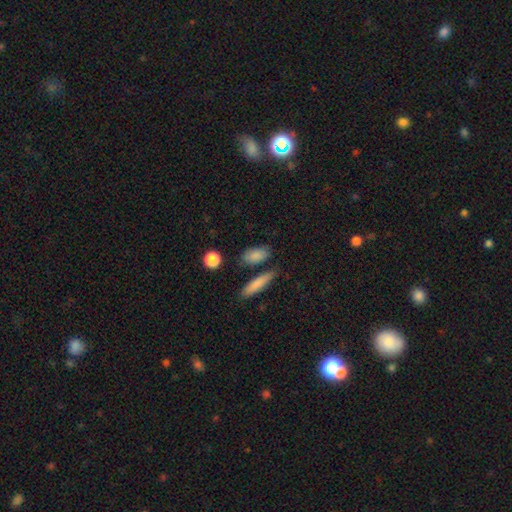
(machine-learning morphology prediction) Smooth or featured?
  - smooth: 84% *
  - featured or disk: 8%
  - star or artifact: 7%
How rounded?
  - in between: 75% *
  - cigar-shaped: 17%
  - round: 8%
Merging?
  - none: 76% *
  - minor disturbance: 14%
  - merger: 7%
  - major disturbance: 4%